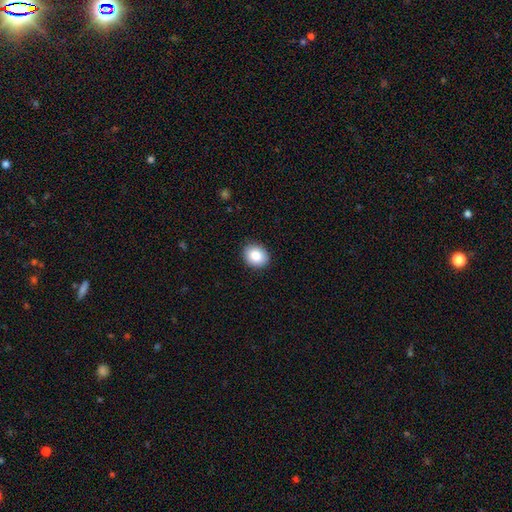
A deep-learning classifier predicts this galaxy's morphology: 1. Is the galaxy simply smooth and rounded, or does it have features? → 86% smooth, 8% star or artifact, 5% featured or disk.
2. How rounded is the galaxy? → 60% round, 40% in between, 1% cigar-shaped.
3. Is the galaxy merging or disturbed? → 89% none, 8% minor disturbance, 2% major disturbance, 1% merger.